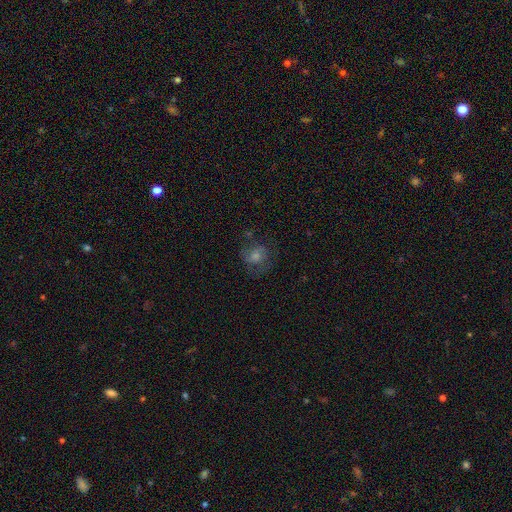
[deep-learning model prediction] Q: Smooth or featured?
A: smooth (44%); runner-up: featured or disk (34%)
Q: Merging?
A: none (69%); runner-up: minor disturbance (17%)